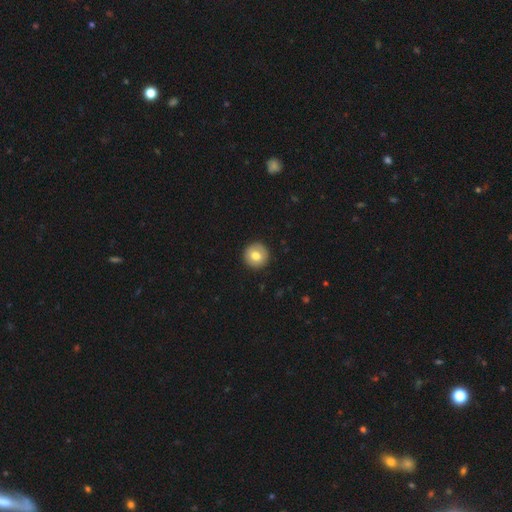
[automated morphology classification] This is likely a smooth galaxy (77%). How rounded: clearly round (96%). Merging: clearly none (93%).